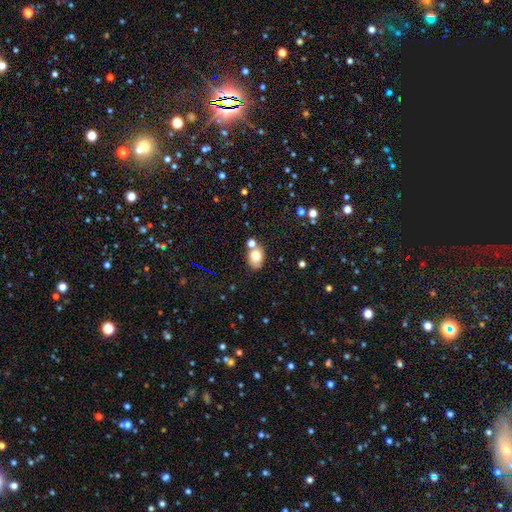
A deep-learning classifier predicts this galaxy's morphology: Smooth or featured?
  - smooth: 77% *
  - featured or disk: 12%
  - star or artifact: 11%
How rounded?
  - in between: 71% *
  - round: 28%
  - cigar-shaped: 1%
Merging?
  - none: 63% *
  - merger: 19%
  - minor disturbance: 14%
  - major disturbance: 4%